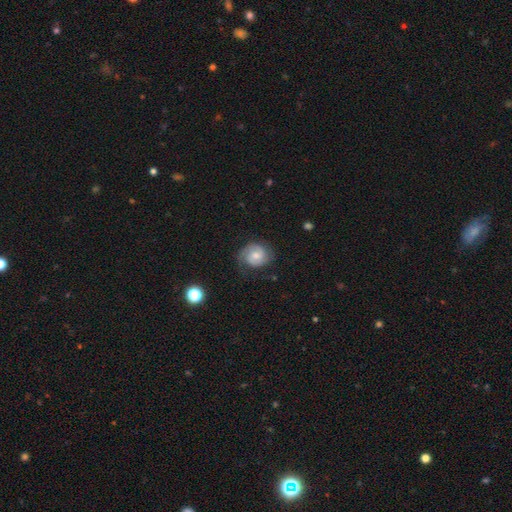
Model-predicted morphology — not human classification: Smooth or featured?
  - featured or disk: 63% *
  - smooth: 29%
  - star or artifact: 8%
Edge-on disk?
  - no: 98% *
  - yes: 2%
Bar?
  - no: 56% *
  - weak: 38%
  - strong: 6%
Spiral arms?
  - yes: 91% *
  - no: 9%
Spiral winding?
  - tight: 47% *
  - medium: 38%
  - loose: 14%
Spiral arm count?
  - 2: 67% *
  - 1: 16%
  - can't tell: 12%
  - 3: 3%
  - 4: 1%
  - more than 4: 1%
Bulge size?
  - moderate: 50% *
  - small: 39%
  - large: 5%
  - none: 5%
  - dominant: 1%
Merging?
  - none: 66% *
  - minor disturbance: 22%
  - major disturbance: 11%
  - merger: 1%